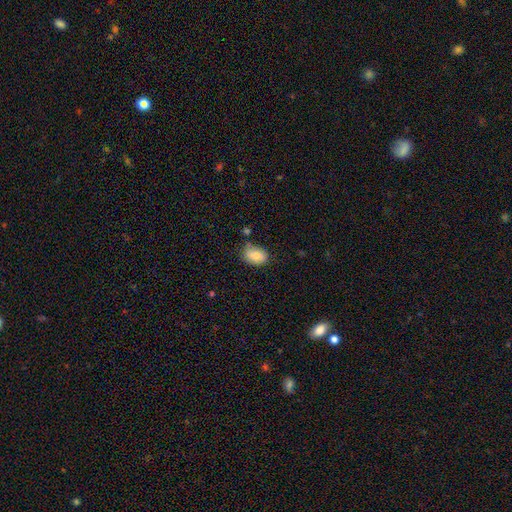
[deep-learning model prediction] Overall: smooth (81%). How rounded: in between (82%). Merging: none (69%).